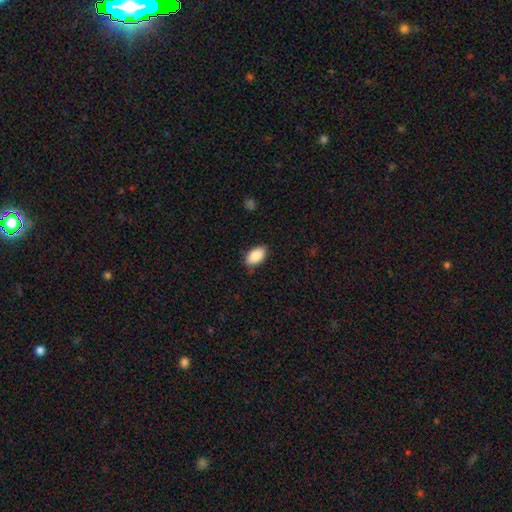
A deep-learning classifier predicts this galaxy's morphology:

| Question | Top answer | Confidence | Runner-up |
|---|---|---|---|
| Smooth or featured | smooth | 89% | star or artifact (7%) |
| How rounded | in between | 94% | round (4%) |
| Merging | none | 84% | minor disturbance (13%) |